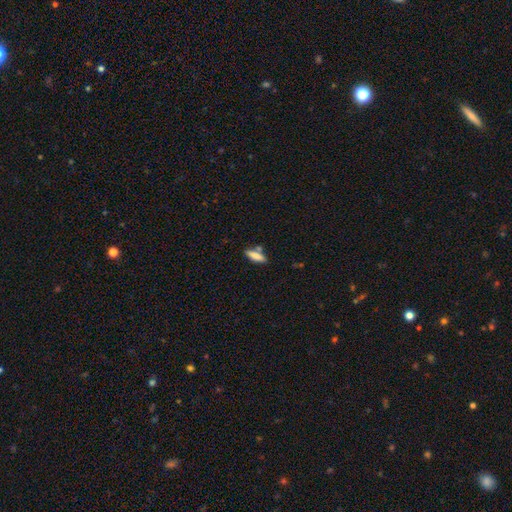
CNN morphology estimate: Smooth or featured: smooth — 82% (featured or disk — 12%)
How rounded: cigar-shaped — 53% (in between — 45%)
Merging: none — 71% (merger — 13%)